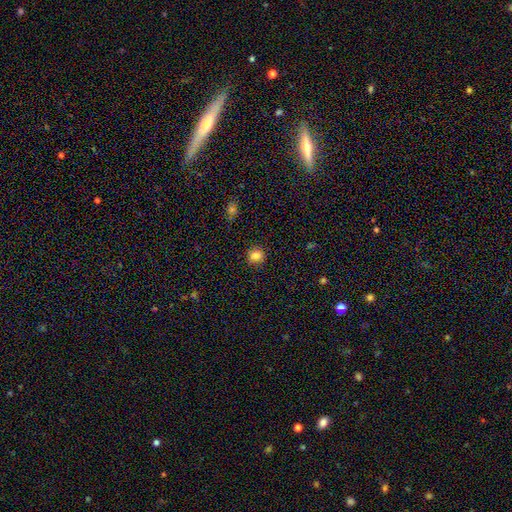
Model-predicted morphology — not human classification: smooth_or_featured: smooth (p=0.83) [alt: star or artifact p=0.12]
how_rounded: round (p=0.83) [alt: in between p=0.16]
merging: none (p=0.88) [alt: minor disturbance p=0.08]